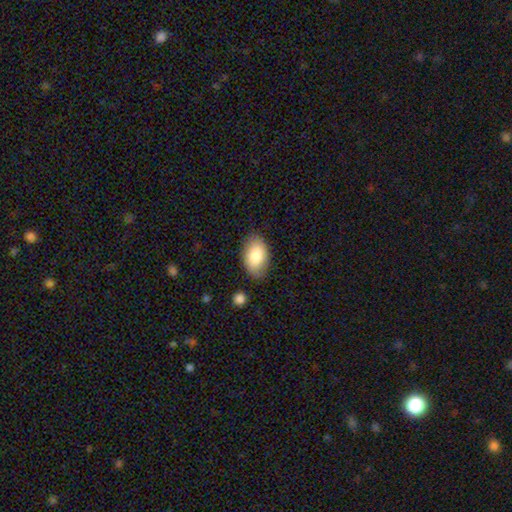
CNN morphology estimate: Smooth or featured?
  - smooth: 83% *
  - featured or disk: 11%
  - star or artifact: 6%
How rounded?
  - in between: 92% *
  - round: 7%
  - cigar-shaped: 1%
Merging?
  - none: 81% *
  - minor disturbance: 14%
  - major disturbance: 3%
  - merger: 2%